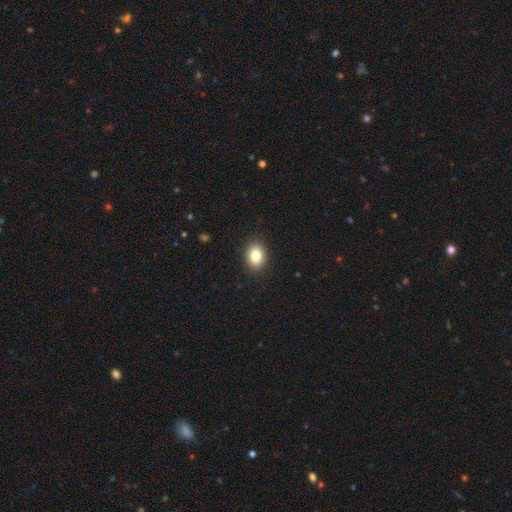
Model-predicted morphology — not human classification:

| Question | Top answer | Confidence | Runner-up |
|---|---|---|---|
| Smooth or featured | smooth | 84% | star or artifact (9%) |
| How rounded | in between | 75% | round (23%) |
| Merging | none | 89% | minor disturbance (8%) |